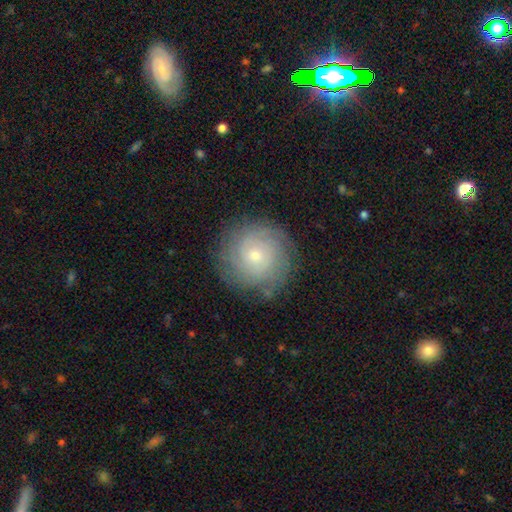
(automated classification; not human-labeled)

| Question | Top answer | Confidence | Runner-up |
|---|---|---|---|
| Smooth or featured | featured or disk | 60% | smooth (31%) |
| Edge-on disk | no | 97% | yes (3%) |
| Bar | no | 79% | weak (18%) |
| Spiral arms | yes | 87% | no (13%) |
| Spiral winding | tight | 77% | medium (18%) |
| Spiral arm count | can't tell | 49% | 3 (14%) |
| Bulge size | small | 64% | moderate (31%) |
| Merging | none | 84% | minor disturbance (11%) |